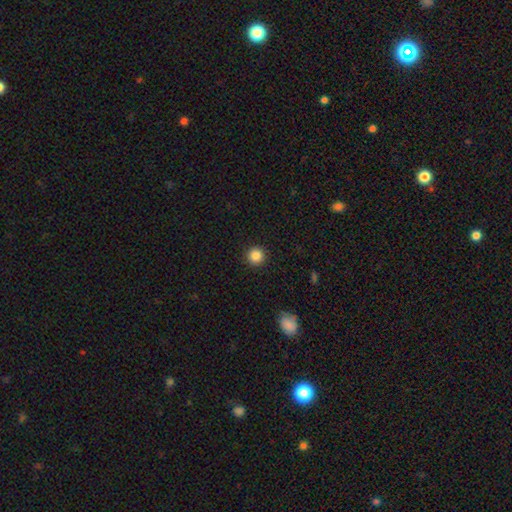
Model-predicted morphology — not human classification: Smooth or featured: smooth — 86% (star or artifact — 10%)
How rounded: round — 96% (in between — 4%)
Merging: none — 92% (minor disturbance — 5%)